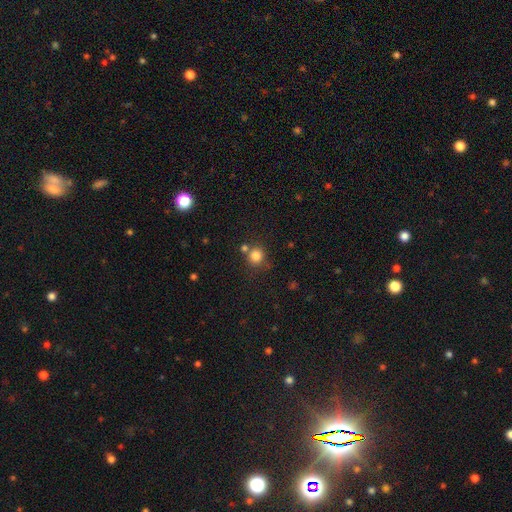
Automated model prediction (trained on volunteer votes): Q: Smooth or featured?
A: smooth (82%); runner-up: star or artifact (13%)
Q: How rounded?
A: round (90%); runner-up: in between (9%)
Q: Merging?
A: none (69%); runner-up: merger (18%)